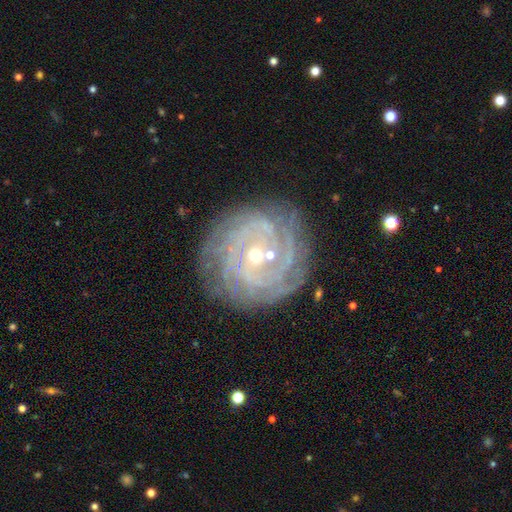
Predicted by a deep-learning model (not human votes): Smooth or featured? Predicted: featured or disk (p=0.87). Edge-on disk? Predicted: no (p=0.97). Bar? Predicted: no (p=0.53). Spiral arms? Predicted: yes (p=0.97). Spiral winding? Predicted: tight (p=0.84). Spiral arm count? Predicted: can't tell (p=0.27). Bulge size? Predicted: small (p=0.55). Merging? Predicted: none (p=0.82).